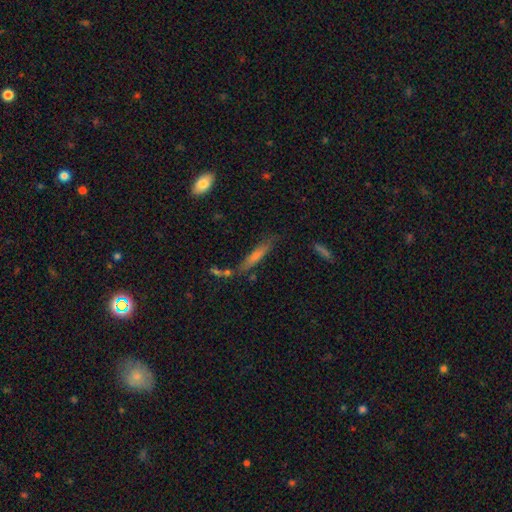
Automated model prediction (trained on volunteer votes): Morphology: type=smooth (51%); roundness=cigar-shaped (86%); merging=none (69%).